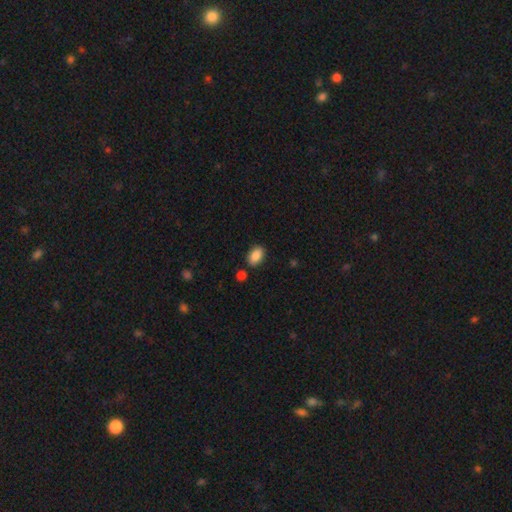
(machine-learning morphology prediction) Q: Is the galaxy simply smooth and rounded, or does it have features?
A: smooth — 87%.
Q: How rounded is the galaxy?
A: in between — 91%.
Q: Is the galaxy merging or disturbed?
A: none — 83%.